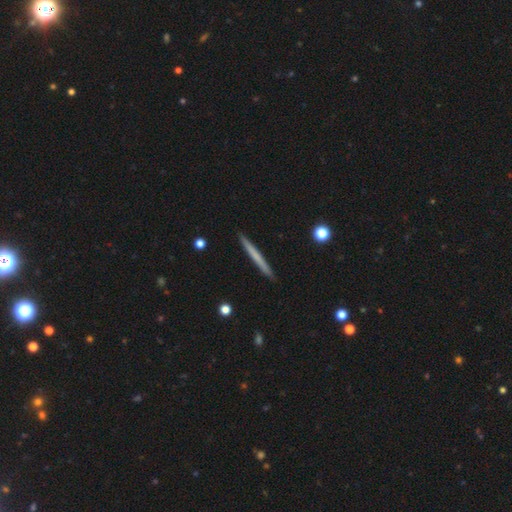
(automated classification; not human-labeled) Smooth or featured?
  - smooth: 57% *
  - featured or disk: 38%
  - star or artifact: 5%
How rounded?
  - cigar-shaped: 97% *
  - in between: 2%
  - round: 1%
Merging?
  - none: 92% *
  - minor disturbance: 5%
  - major disturbance: 1%
  - merger: 1%